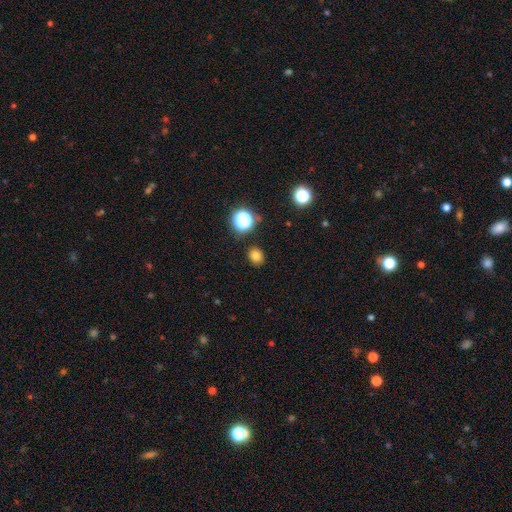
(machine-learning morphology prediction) Smooth or featured? Predicted: smooth (p=0.78). How rounded? Predicted: round (p=0.66). Merging? Predicted: none (p=0.88).